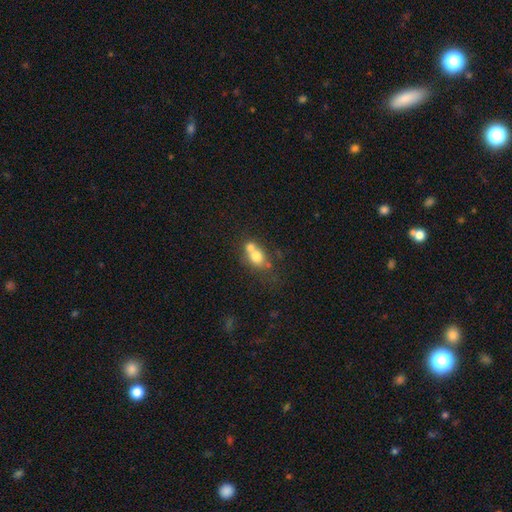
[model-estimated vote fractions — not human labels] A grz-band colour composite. It shows a smooth galaxy with no disk features (69%) that is round (58%). Merging: merger (58%).